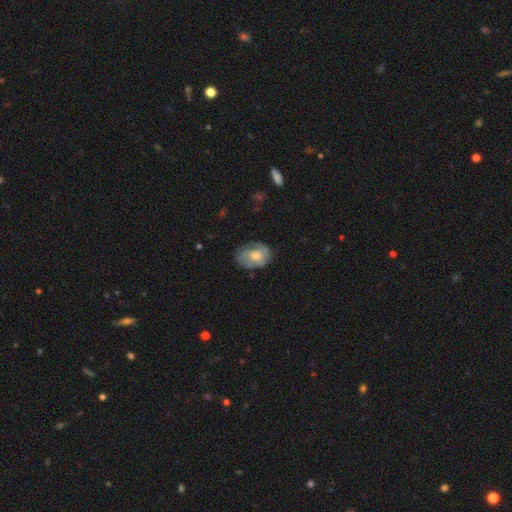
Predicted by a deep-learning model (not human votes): A featured or disk galaxy (53%) with no bar (76%), spiral arms (67%) and a moderate central bulge (68%). Merging: none (66%).